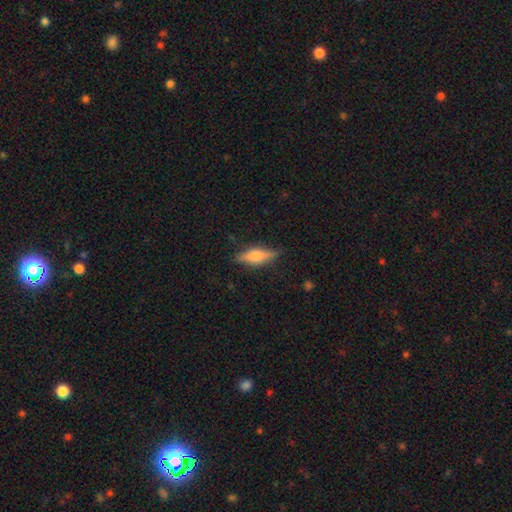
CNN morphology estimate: Smooth or featured? Predicted: smooth (p=0.52). How rounded? Predicted: in between (p=0.51). Merging? Predicted: none (p=0.81).